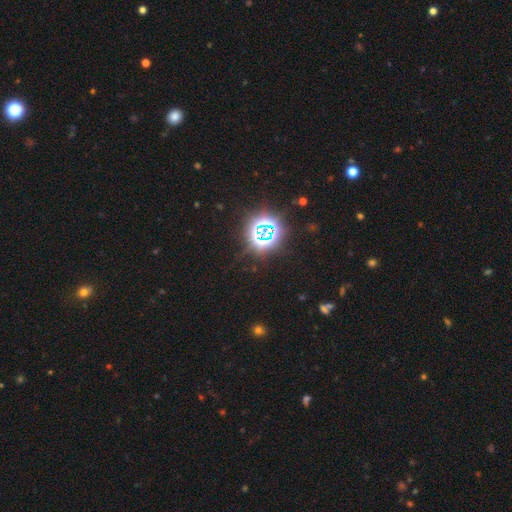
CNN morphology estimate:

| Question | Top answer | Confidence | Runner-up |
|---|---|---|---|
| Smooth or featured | star or artifact | 73% | smooth (22%) |